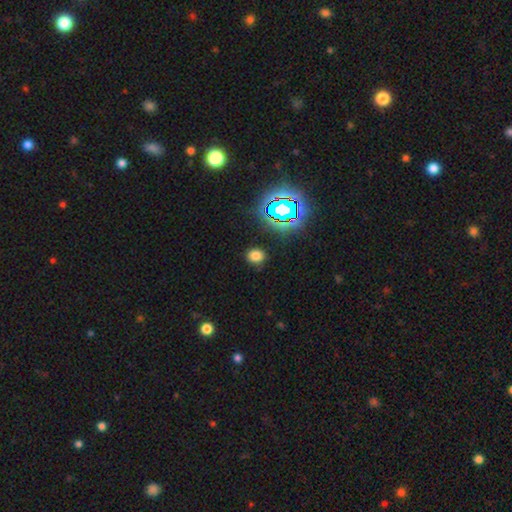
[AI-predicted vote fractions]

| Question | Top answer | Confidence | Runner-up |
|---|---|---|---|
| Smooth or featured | smooth | 71% | star or artifact (23%) |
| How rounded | round | 65% | in between (34%) |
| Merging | none | 87% | minor disturbance (9%) |